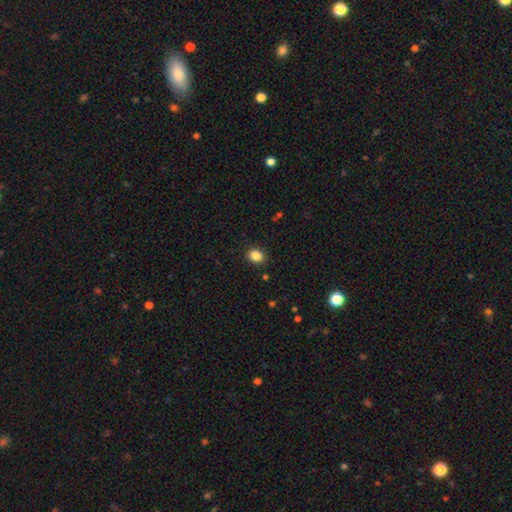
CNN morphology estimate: smooth-or-featured: smooth: 85% | star or artifact: 11% | featured or disk: 4%
  how-rounded: round: 56% | in between: 43% | cigar-shaped: 1%
  merging: none: 90% | minor disturbance: 7% | major disturbance: 2% | merger: 1%